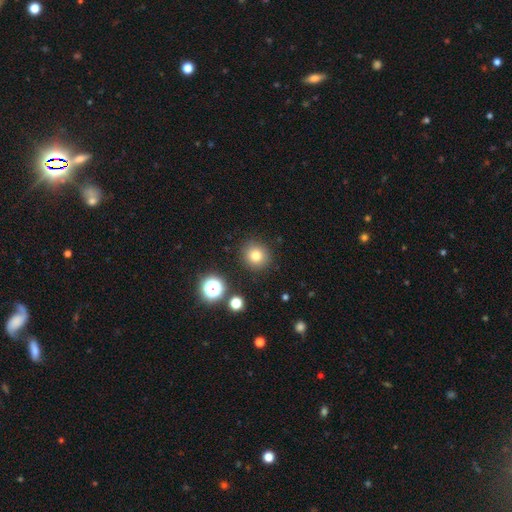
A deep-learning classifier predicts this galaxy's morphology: Smooth or featured?
  - smooth: 77% *
  - star or artifact: 14%
  - featured or disk: 8%
How rounded?
  - round: 92% *
  - in between: 7%
  - cigar-shaped: 1%
Merging?
  - none: 88% *
  - minor disturbance: 7%
  - major disturbance: 3%
  - merger: 2%